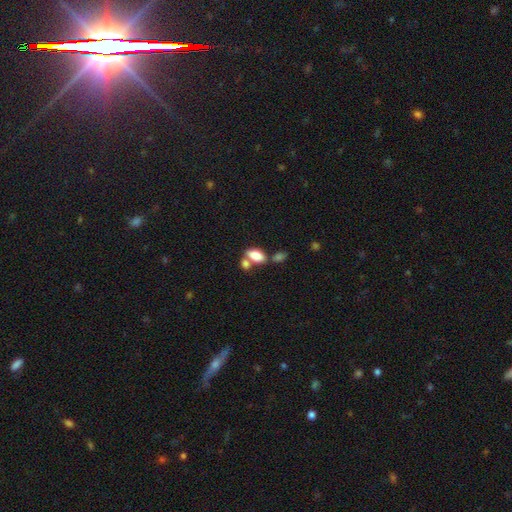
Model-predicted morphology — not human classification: This is clearly a smooth galaxy (82%). How rounded: clearly in between (90%). Merging: marginally none (43%).